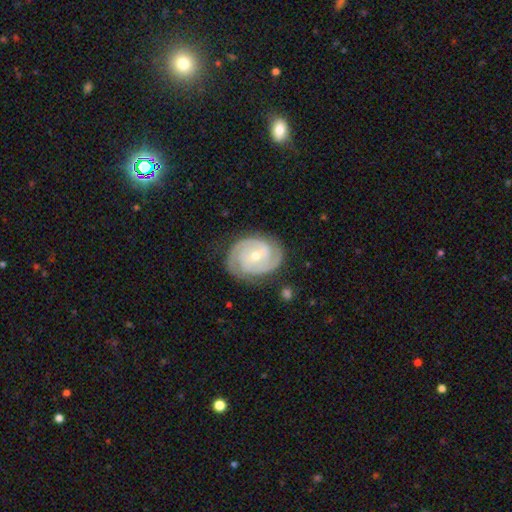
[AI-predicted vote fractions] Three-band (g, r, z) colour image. It shows a featured or disk galaxy (90%) with no bar (48%), 2 (61%) tight (71%) spiral arms (98%) and a small central bulge (54%). Merging: none (82%).